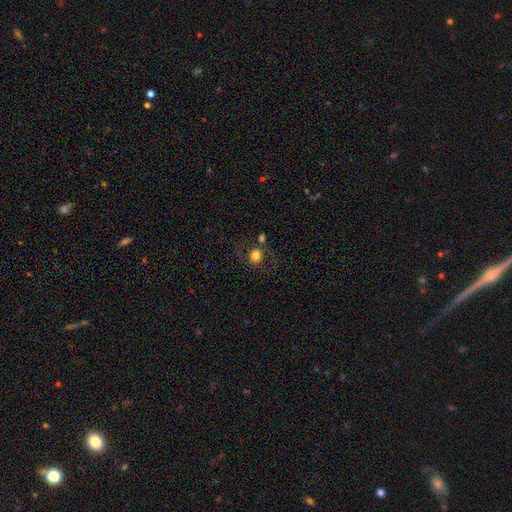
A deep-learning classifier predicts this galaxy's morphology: smooth-or-featured: smooth: 70% | featured or disk: 18% | star or artifact: 12%
  how-rounded: round: 83% | in between: 16% | cigar-shaped: 1%
  merging: none: 64% | minor disturbance: 14% | merger: 13% | major disturbance: 10%